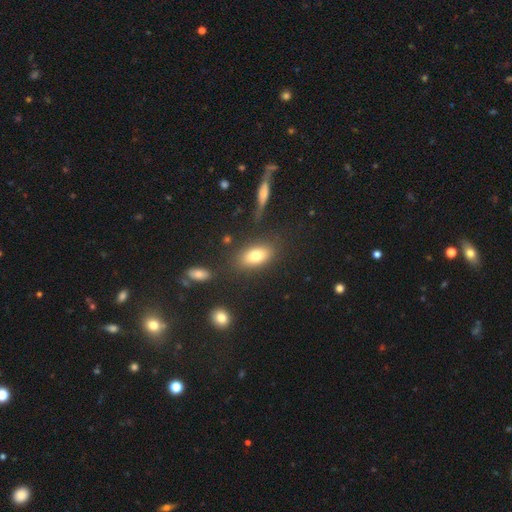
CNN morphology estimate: A smooth galaxy with no disk features (78%) that is in between round and cigar-shaped (86%). Merging: none (79%).